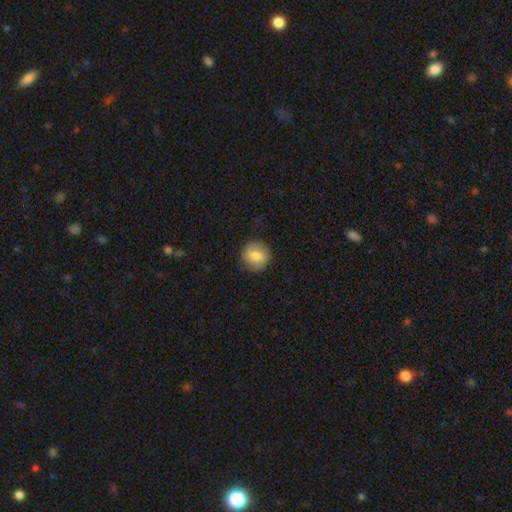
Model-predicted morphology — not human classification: Overall: smooth (77%). How rounded: round (91%). Merging: none (88%).